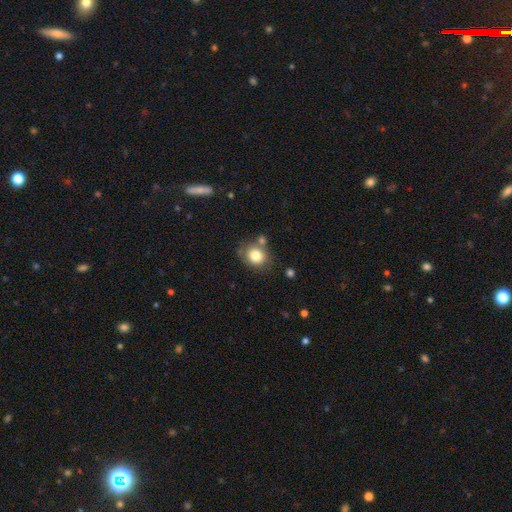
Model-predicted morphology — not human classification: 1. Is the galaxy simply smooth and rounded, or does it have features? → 81% smooth, 10% star or artifact, 9% featured or disk.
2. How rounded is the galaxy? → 69% round, 31% in between, 1% cigar-shaped.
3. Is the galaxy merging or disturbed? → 66% none, 15% minor disturbance, 14% merger, 5% major disturbance.